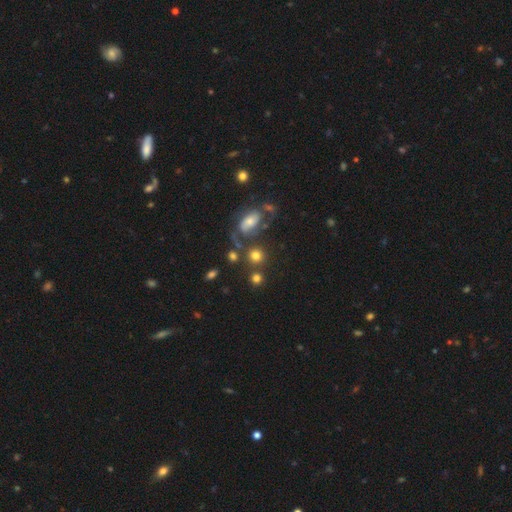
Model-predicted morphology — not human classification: Smooth or featured? smooth (76%)
How rounded? round (86%)
Merging? none (66%)